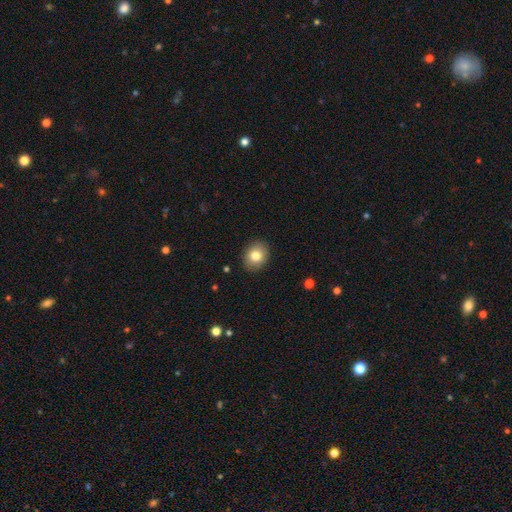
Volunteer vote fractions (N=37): This appears to be a smooth galaxy with no disk features (84%) that is round (61%). Merging: none (83%).